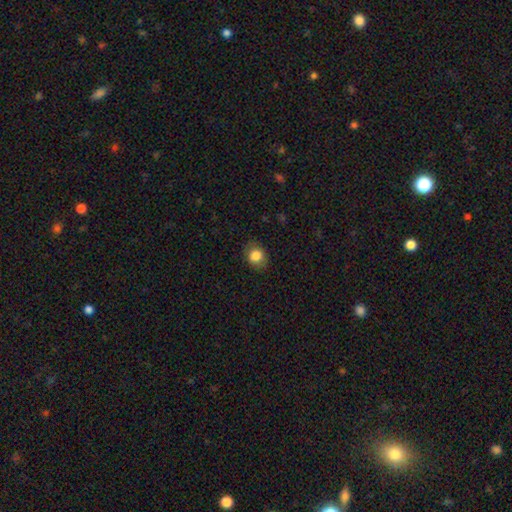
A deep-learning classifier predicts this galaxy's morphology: This is clearly a smooth galaxy (84%). How rounded: likely round (66%). Merging: clearly none (82%).